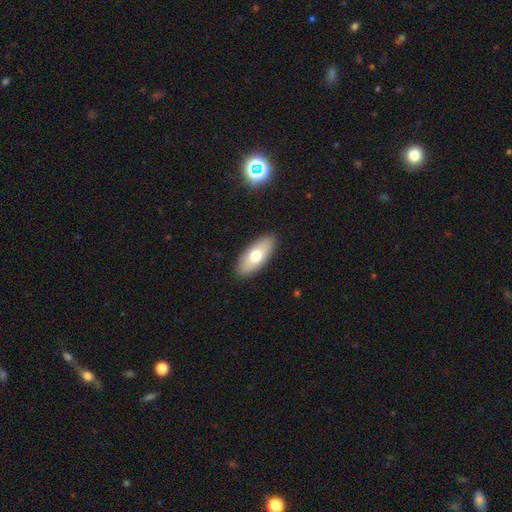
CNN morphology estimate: This is likely a smooth galaxy (68%). How rounded: clearly in between (83%). Merging: clearly none (89%).